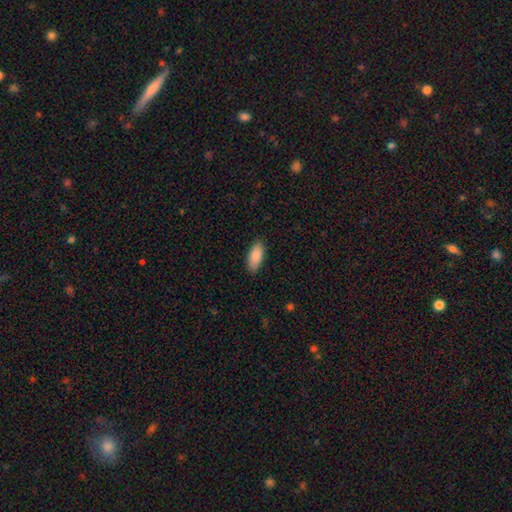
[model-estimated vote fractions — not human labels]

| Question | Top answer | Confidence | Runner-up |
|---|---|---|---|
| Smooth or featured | smooth | 88% | featured or disk (6%) |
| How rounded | in between | 87% | cigar-shaped (12%) |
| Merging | none | 88% | minor disturbance (9%) |